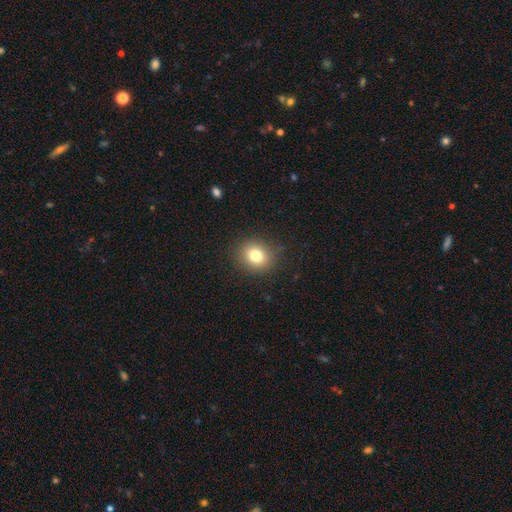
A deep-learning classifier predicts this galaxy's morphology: smooth-or-featured: smooth: 79% | star or artifact: 12% | featured or disk: 9%
  how-rounded: round: 70% | in between: 29% | cigar-shaped: 1%
  merging: none: 87% | minor disturbance: 9% | major disturbance: 3% | merger: 1%